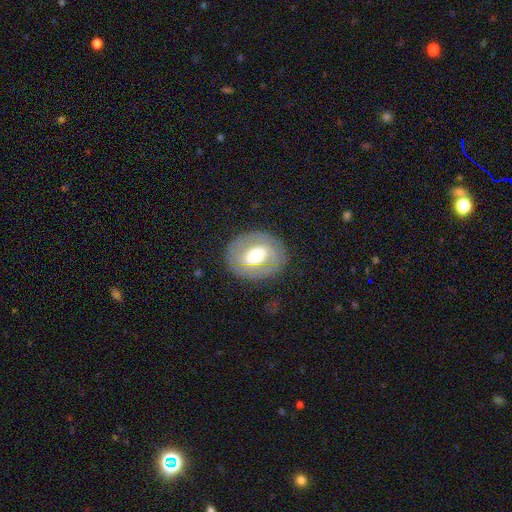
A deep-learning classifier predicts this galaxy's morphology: featured or disk 54%, smooth 39%, star or artifact 7%. Down the decision tree: edge-on disk — no (94%); bar — no (53%); spiral arms — no (60%); bulge size — moderate (60%); merging — none (81%).